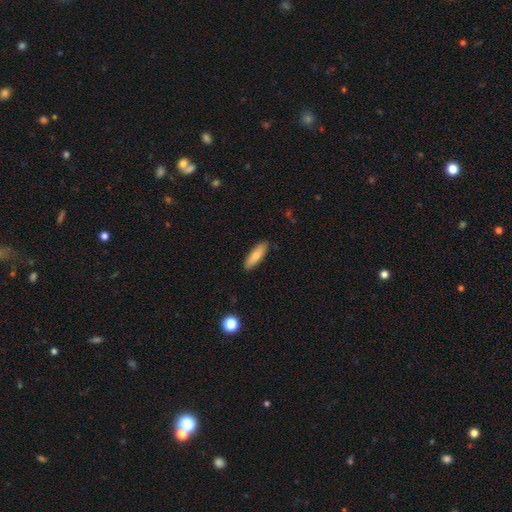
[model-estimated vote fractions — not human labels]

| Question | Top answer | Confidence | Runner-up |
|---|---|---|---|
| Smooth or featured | smooth | 80% | featured or disk (14%) |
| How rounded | cigar-shaped | 60% | in between (39%) |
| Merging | none | 88% | minor disturbance (9%) |